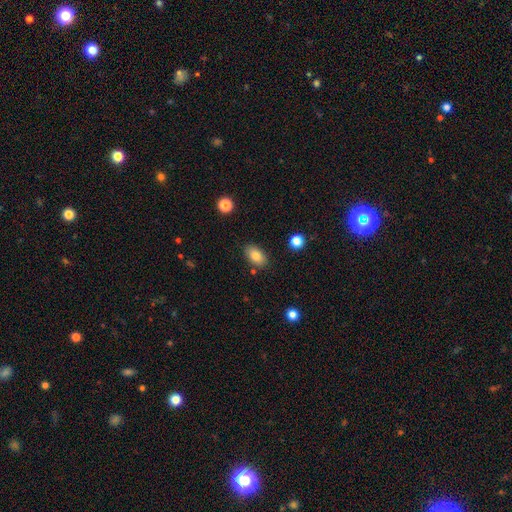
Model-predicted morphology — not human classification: Q: Smooth or featured?
A: smooth (82%); runner-up: featured or disk (10%)
Q: How rounded?
A: in between (91%); runner-up: round (7%)
Q: Merging?
A: none (84%); runner-up: minor disturbance (11%)